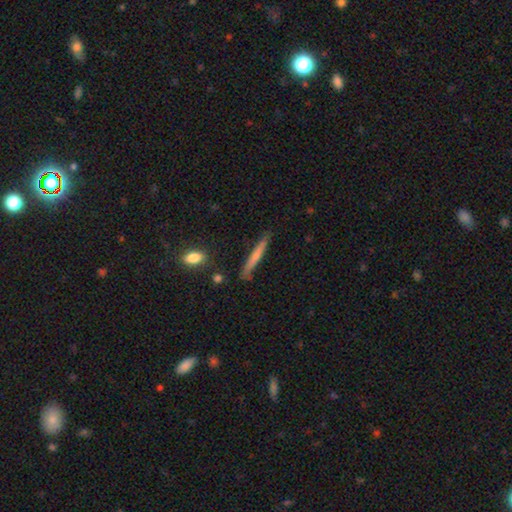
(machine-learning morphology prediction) smooth 62%, featured or disk 32%, star or artifact 6%. Down the decision tree: how rounded — cigar-shaped (95%); merging — none (83%).